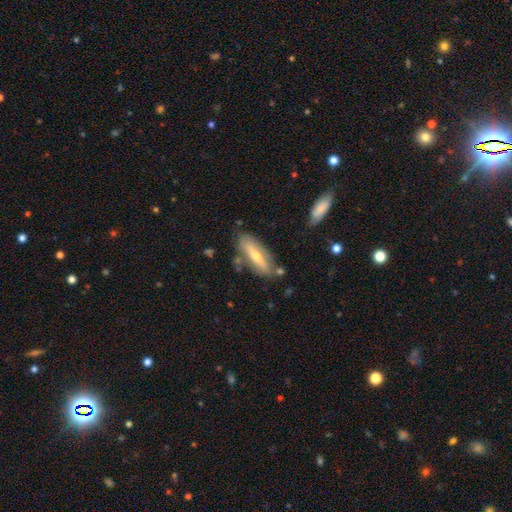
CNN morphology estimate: The model was most divided on "smooth or featured": featured or disk: 48%, smooth: 46%, star or artifact: 6%. More confident: merging — none (73%).